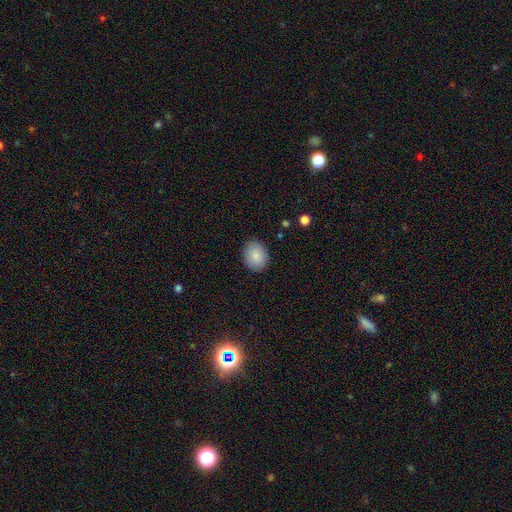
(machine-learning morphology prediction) A smooth galaxy with no disk features (85%) that is in between round and cigar-shaped (54%). Merging: none (87%).